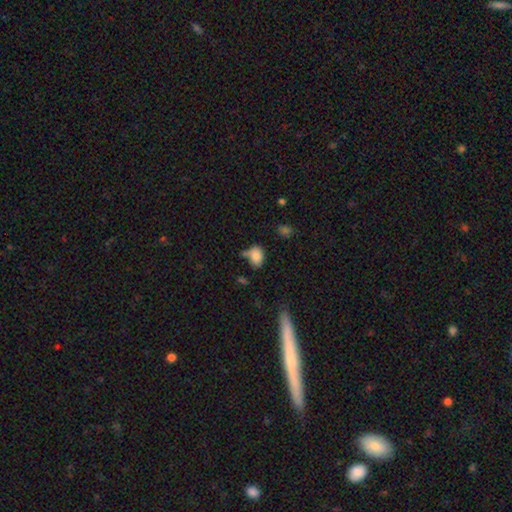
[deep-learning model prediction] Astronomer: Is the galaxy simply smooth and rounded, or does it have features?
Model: smooth — 84%.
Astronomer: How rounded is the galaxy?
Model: in between — 80%.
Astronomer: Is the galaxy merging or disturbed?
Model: none — 53%.